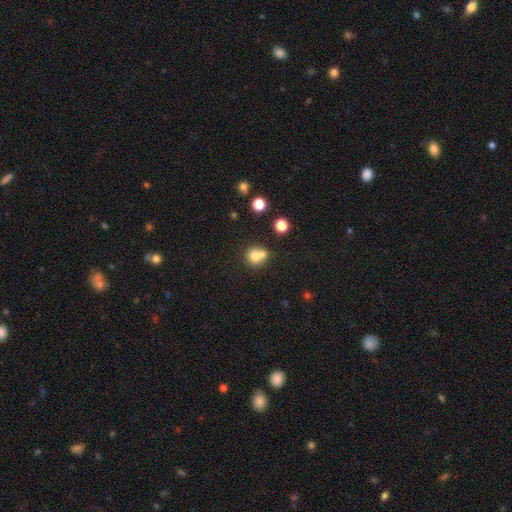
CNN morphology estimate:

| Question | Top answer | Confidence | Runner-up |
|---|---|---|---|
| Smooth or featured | smooth | 74% | featured or disk (14%) |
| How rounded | round | 83% | in between (16%) |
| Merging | merger | 51% | none (39%) |